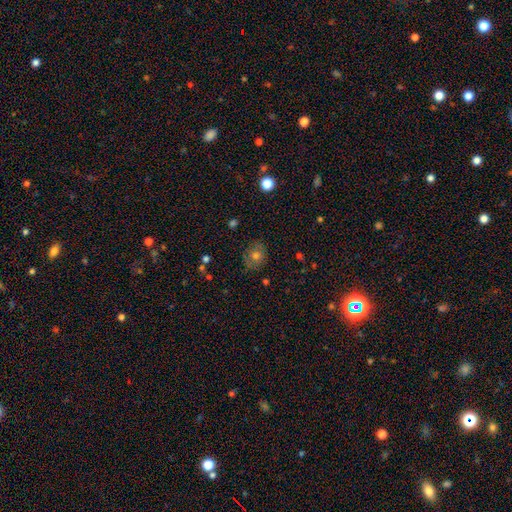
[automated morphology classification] Smooth or featured: smooth — 53% (featured or disk — 24%)
How rounded: round — 73% (in between — 26%)
Merging: none — 80% (minor disturbance — 14%)